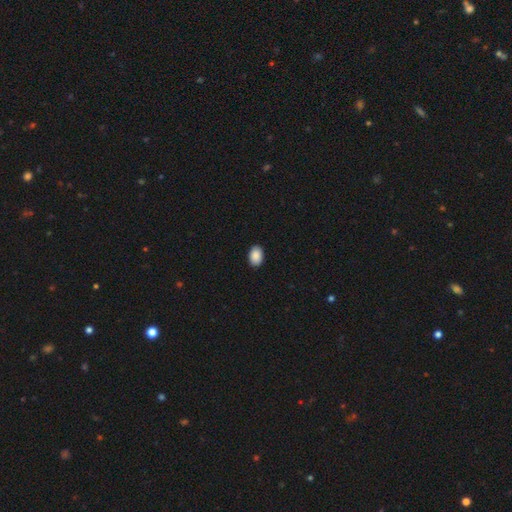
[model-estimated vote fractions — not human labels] Smooth or featured? Predicted: smooth (p=0.90). How rounded? Predicted: in between (p=0.84). Merging? Predicted: none (p=0.90).